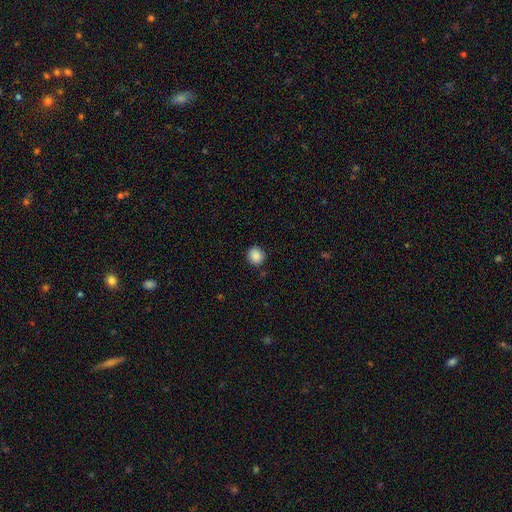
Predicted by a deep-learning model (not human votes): smooth 88%, star or artifact 9%, featured or disk 3%. Down the decision tree: how rounded — round (87%); merging — none (88%).